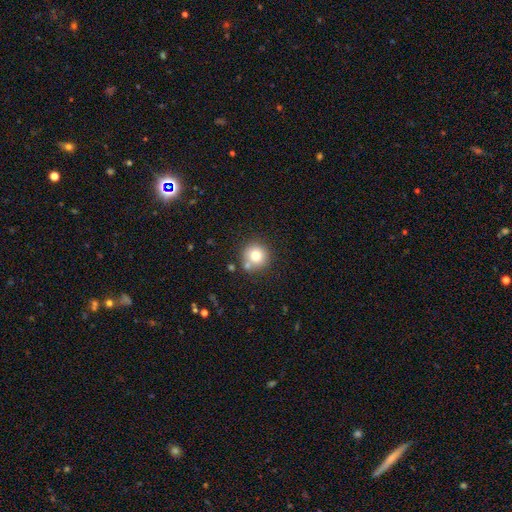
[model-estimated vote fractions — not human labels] Smooth or featured: smooth — 76% (featured or disk — 12%)
How rounded: round — 93% (in between — 6%)
Merging: none — 72% (merger — 14%)